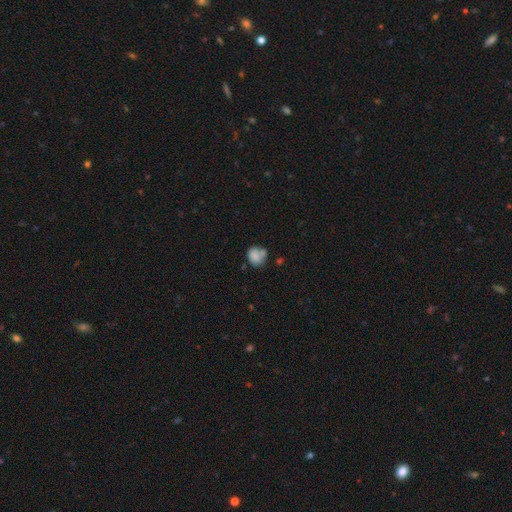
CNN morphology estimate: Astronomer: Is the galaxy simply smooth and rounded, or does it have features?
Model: smooth — 80%.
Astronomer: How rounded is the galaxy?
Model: round — 69%.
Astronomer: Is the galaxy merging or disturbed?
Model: none — 49%.